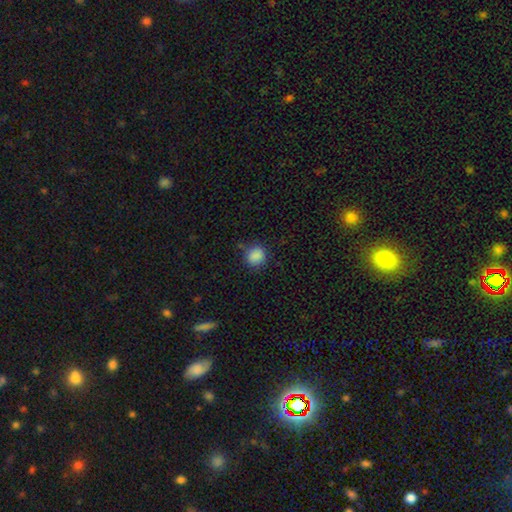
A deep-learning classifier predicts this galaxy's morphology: A smooth galaxy with no disk features (87%) that is round (78%).

Vote fractions:
- Smooth or featured? smooth: 87% / star or artifact: 10% / featured or disk: 4%
- How rounded? round: 78% / in between: 21% / cigar-shaped: 1%
- Merging? none: 80% / minor disturbance: 15% / major disturbance: 4% / merger: 2%